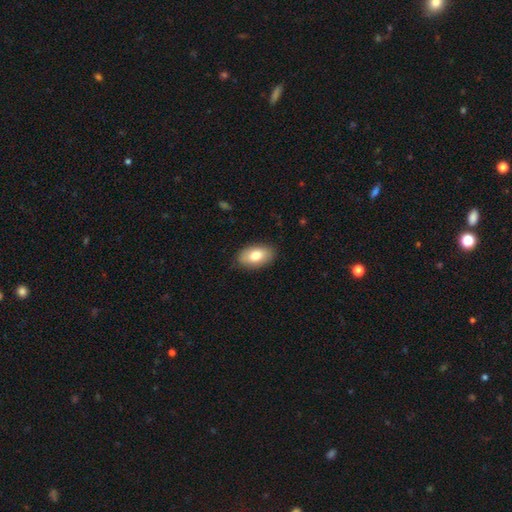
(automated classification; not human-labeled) This appears to be a smooth galaxy with no disk features (79%) that is in between round and cigar-shaped (93%). Merging: none (86%).